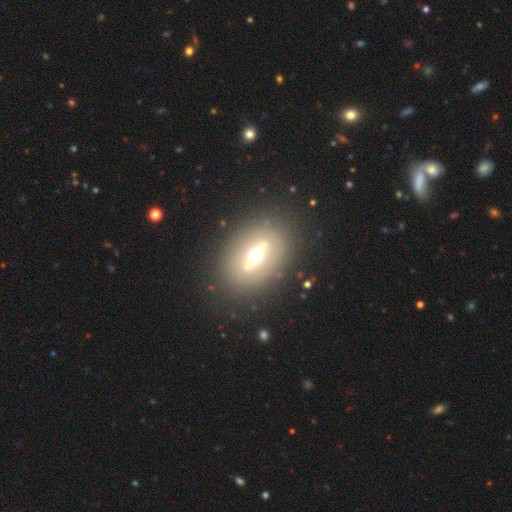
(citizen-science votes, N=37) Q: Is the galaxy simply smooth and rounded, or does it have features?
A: featured or disk — 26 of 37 (70%).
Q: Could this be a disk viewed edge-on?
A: yes — 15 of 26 (58%).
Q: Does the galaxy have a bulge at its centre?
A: rounded — 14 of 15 (93%).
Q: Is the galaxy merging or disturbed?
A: none — 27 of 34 (79%).